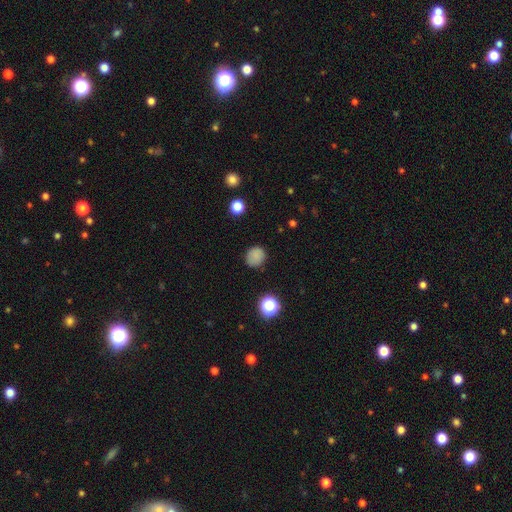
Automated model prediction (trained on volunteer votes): Smooth or featured: smooth — 82% (star or artifact — 14%)
How rounded: round — 84% (in between — 15%)
Merging: none — 84% (minor disturbance — 11%)